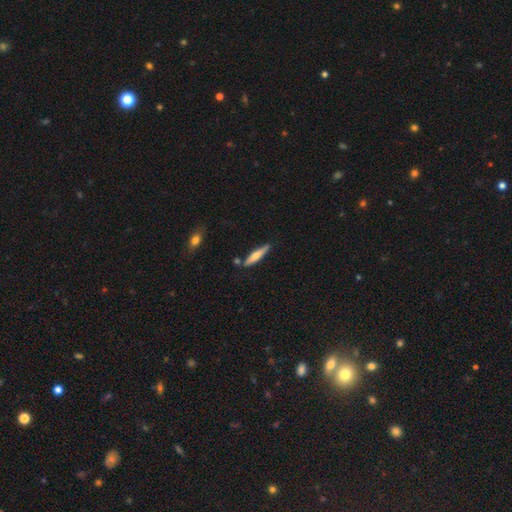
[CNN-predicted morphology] type=smooth (55%); roundness=cigar-shaped (86%); merging=none (80%).